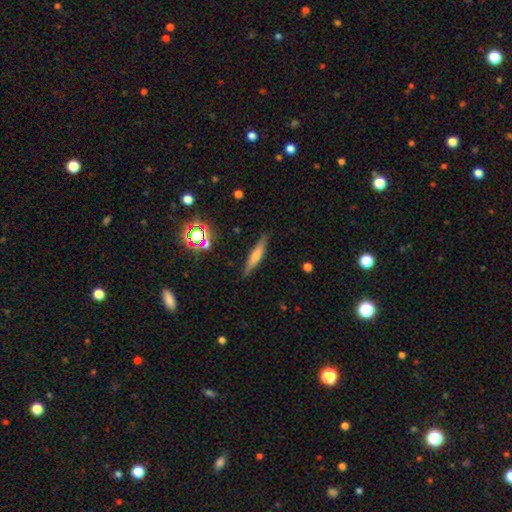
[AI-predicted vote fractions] Smooth or featured? smooth (50%)
How rounded? cigar-shaped (88%)
Merging? none (87%)